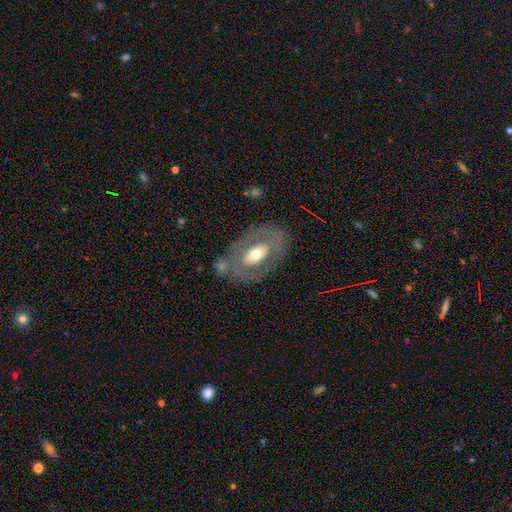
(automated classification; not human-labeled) Q: Smooth or featured?
A: featured or disk (63%); runner-up: smooth (31%)
Q: Edge-on disk?
A: no (89%); runner-up: yes (11%)
Q: Bar?
A: no (59%); runner-up: weak (25%)
Q: Spiral arms?
A: no (77%); runner-up: yes (23%)
Q: Bulge size?
A: moderate (67%); runner-up: small (18%)
Q: Merging?
A: none (71%); runner-up: minor disturbance (16%)